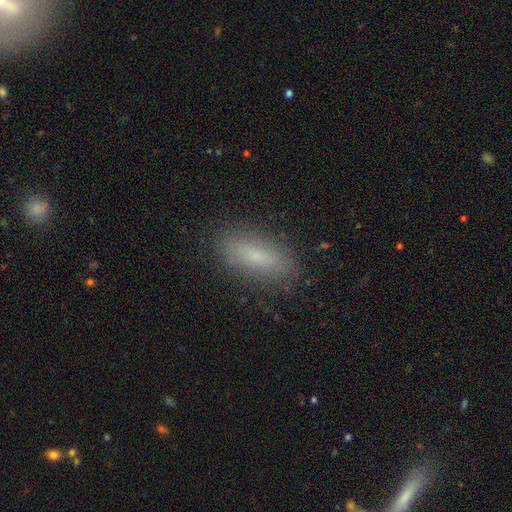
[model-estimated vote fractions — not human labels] This appears to be a smooth galaxy with no disk features (76%) that is in between round and cigar-shaped (71%). Merging: none (84%).